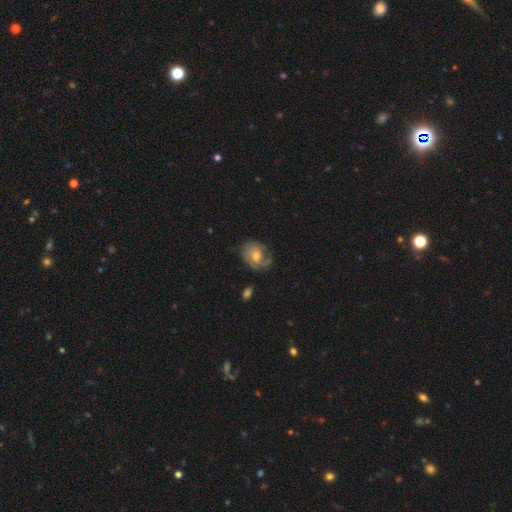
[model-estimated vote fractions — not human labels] A featured or disk galaxy (59%) with no bar (70%), spiral arms (81%) and a moderate central bulge (56%).

Vote fractions:
- Smooth or featured? featured or disk: 59% / smooth: 34% / star or artifact: 7%
- Edge-on disk? no: 97% / yes: 3%
- Bar? no: 70% / weak: 26% / strong: 4%
- Spiral arms? yes: 81% / no: 19%
- Bulge size? moderate: 56% / small: 34% / large: 6% / none: 3% / dominant: 1%
- Merging? none: 55% / minor disturbance: 26% / major disturbance: 17% / merger: 2%